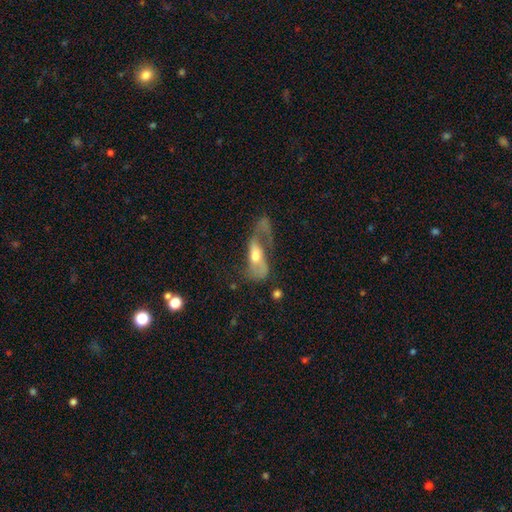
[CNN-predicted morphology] The model was most divided on "smooth or featured": featured or disk: 58%, smooth: 34%, star or artifact: 8%. More confident: edge-on disk — no (84%); merging — major disturbance (56%).